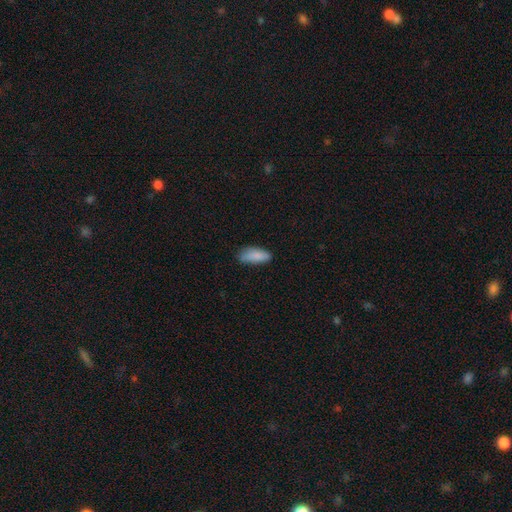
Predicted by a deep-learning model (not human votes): The model was most divided on "merging": none: 71%, minor disturbance: 24%, major disturbance: 4%, merger: 1%. More confident: smooth or featured — smooth (86%); how rounded — in between (78%).